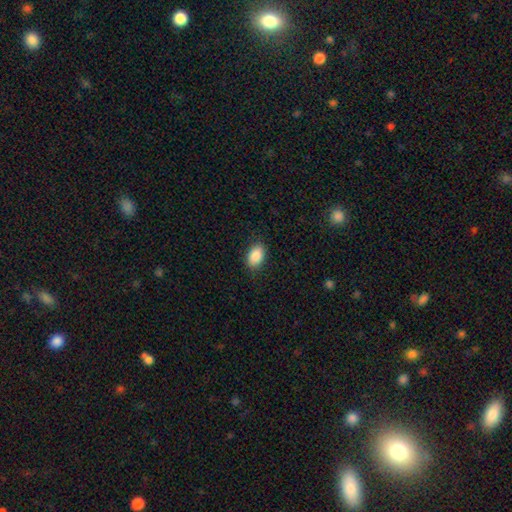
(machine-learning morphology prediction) The model was most divided on "merging": none: 86%, minor disturbance: 10%, major disturbance: 3%, merger: 1%. More confident: smooth or featured — smooth (89%); how rounded — in between (88%).